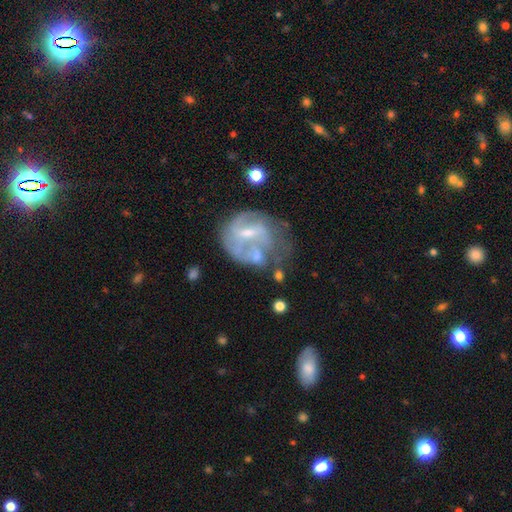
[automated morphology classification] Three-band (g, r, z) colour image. It shows a featured or disk galaxy (68%) with a weak bar (47%), spiral arms (55%) and a small central bulge (45%). Merging: none (34%).